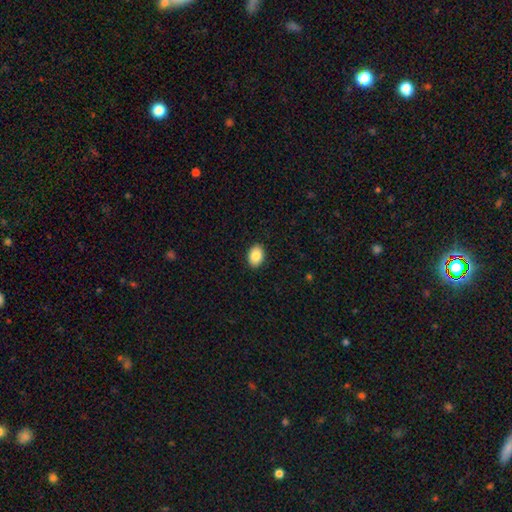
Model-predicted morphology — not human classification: This is clearly a smooth galaxy (87%). How rounded: clearly in between (83%). Merging: clearly none (91%).